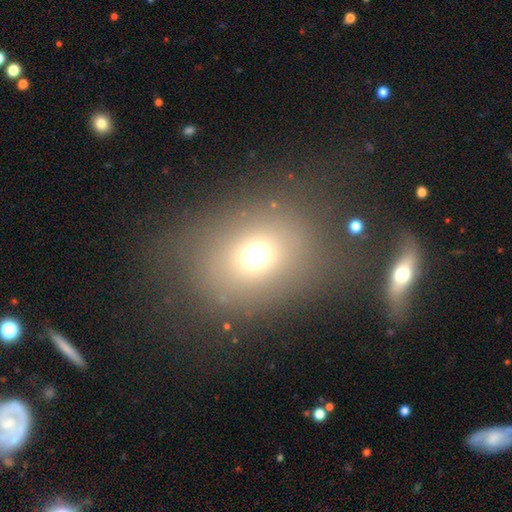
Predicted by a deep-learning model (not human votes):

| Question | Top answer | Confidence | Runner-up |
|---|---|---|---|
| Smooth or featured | smooth | 68% | star or artifact (21%) |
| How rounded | round | 63% | in between (36%) |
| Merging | none | 77% | minor disturbance (10%) |